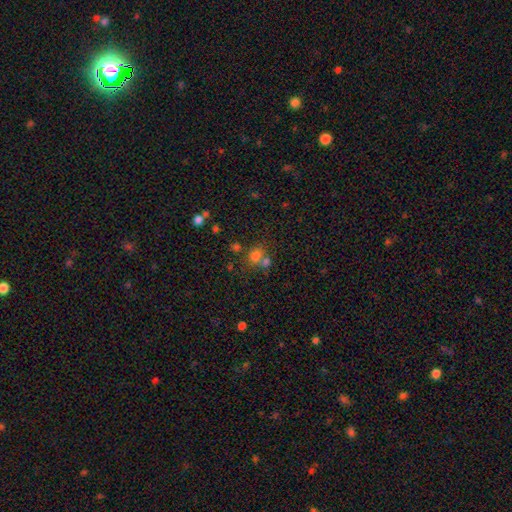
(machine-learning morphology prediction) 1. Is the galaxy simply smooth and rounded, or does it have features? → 71% smooth, 18% star or artifact, 10% featured or disk.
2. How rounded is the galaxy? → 69% round, 30% in between, 1% cigar-shaped.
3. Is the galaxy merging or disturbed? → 48% none, 39% merger, 9% minor disturbance, 5% major disturbance.